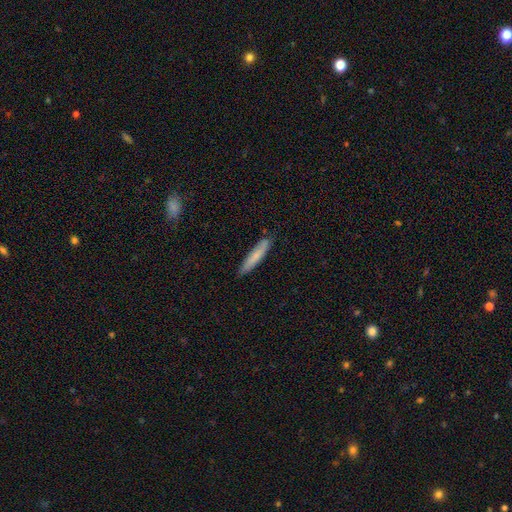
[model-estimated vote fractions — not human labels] Q: Smooth or featured?
A: smooth (74%); runner-up: featured or disk (20%)
Q: How rounded?
A: cigar-shaped (90%); runner-up: in between (9%)
Q: Merging?
A: none (83%); runner-up: minor disturbance (13%)